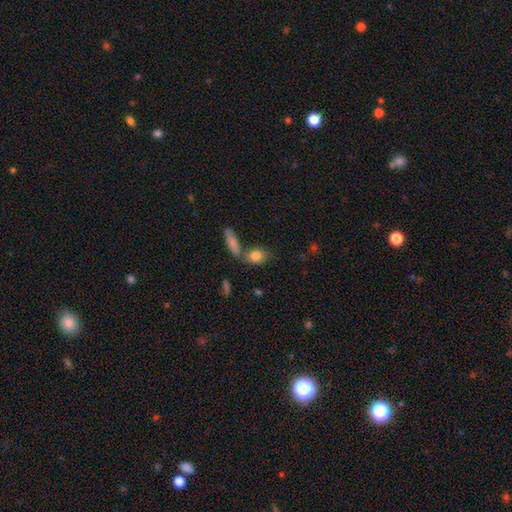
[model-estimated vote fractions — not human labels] smooth-or-featured: smooth: 82% | featured or disk: 10% | star or artifact: 8%
  how-rounded: in between: 61% | round: 32% | cigar-shaped: 7%
  merging: none: 61% | merger: 21% | minor disturbance: 14% | major disturbance: 5%